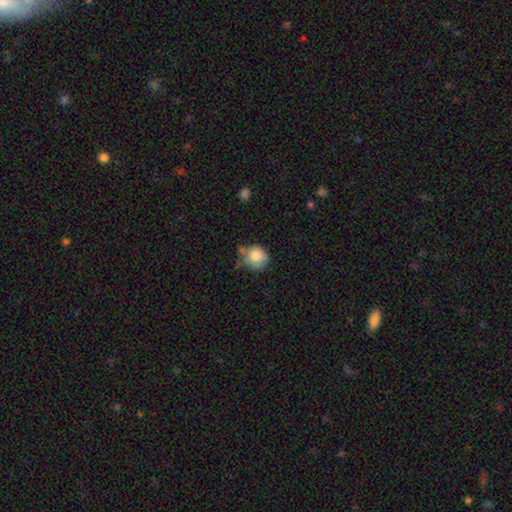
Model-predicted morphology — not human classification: A smooth galaxy with no disk features (80%) that is round (80%). Merging: none (47%).